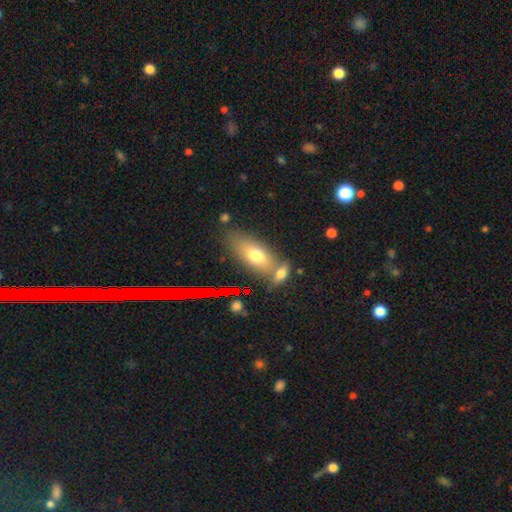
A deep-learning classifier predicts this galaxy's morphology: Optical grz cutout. It shows a smooth galaxy with no disk features (69%) that is in between round and cigar-shaped (80%). Merging: none (60%).